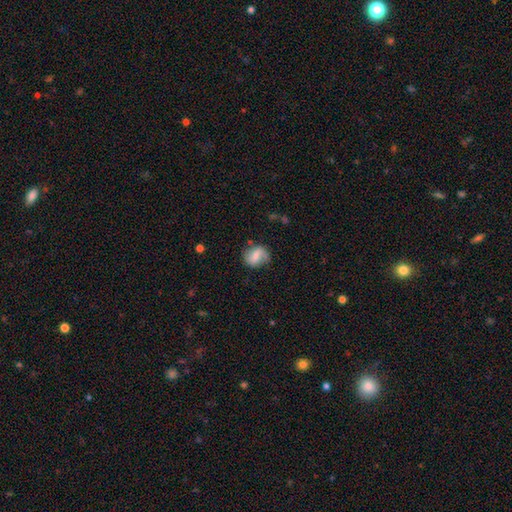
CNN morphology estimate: This appears to be a featured or disk galaxy (46%, tied with smooth). Merging: none (70%).